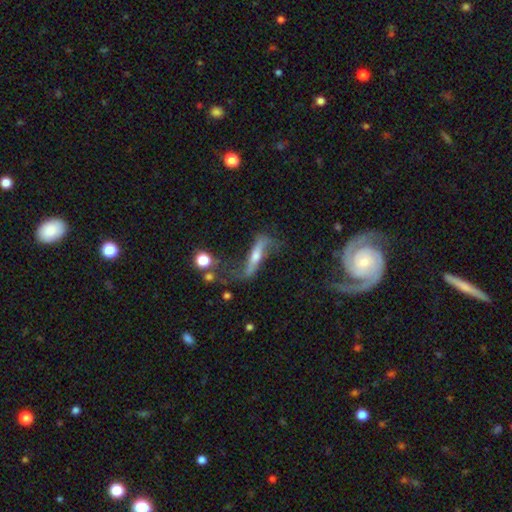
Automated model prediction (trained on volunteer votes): Smooth or featured: featured or disk — 71% (smooth — 21%)
Edge-on disk: no — 52% (yes — 48%)
Merging: none — 45% (major disturbance — 24%)